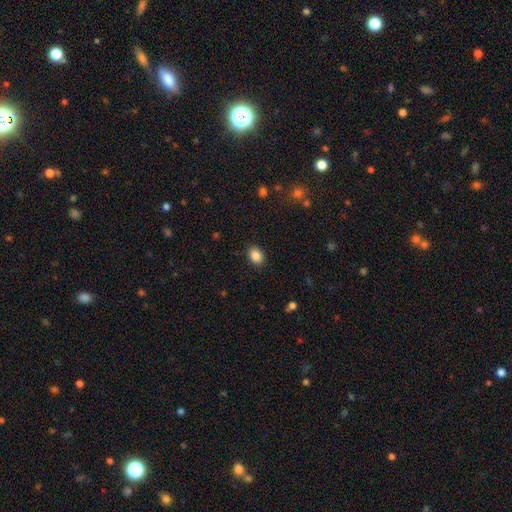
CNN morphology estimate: smooth 87%, star or artifact 9%, featured or disk 4%. Down the decision tree: how rounded — in between (71%); merging — none (89%).